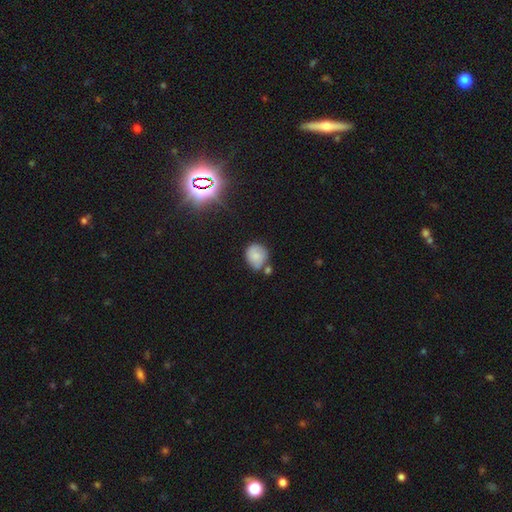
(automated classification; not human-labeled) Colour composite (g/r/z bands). It shows a smooth galaxy with no disk features (76%) that is round (74%). Merging: none (54%).